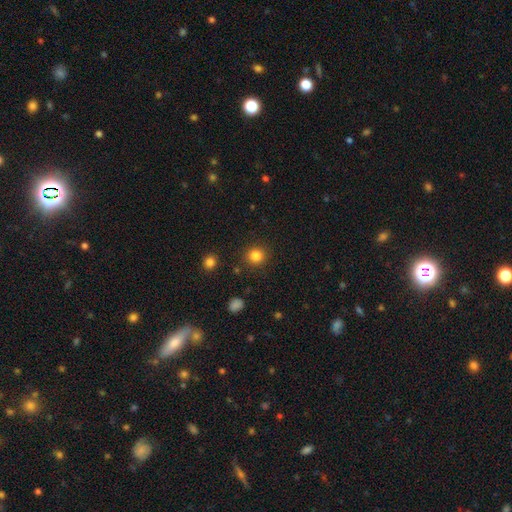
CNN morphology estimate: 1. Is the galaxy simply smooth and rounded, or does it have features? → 83% smooth, 12% star or artifact, 5% featured or disk.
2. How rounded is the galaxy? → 89% round, 10% in between, 1% cigar-shaped.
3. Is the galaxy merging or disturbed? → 89% none, 7% minor disturbance, 3% major disturbance, 2% merger.